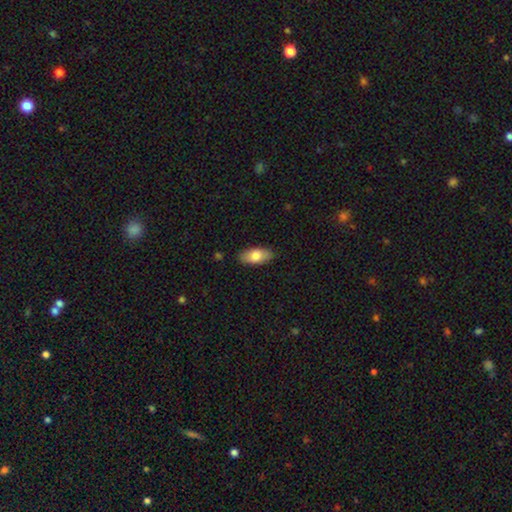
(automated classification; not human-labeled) The model was most divided on "smooth or featured": smooth: 78%, featured or disk: 16%, star or artifact: 6%. More confident: how rounded — in between (89%); merging — none (87%).